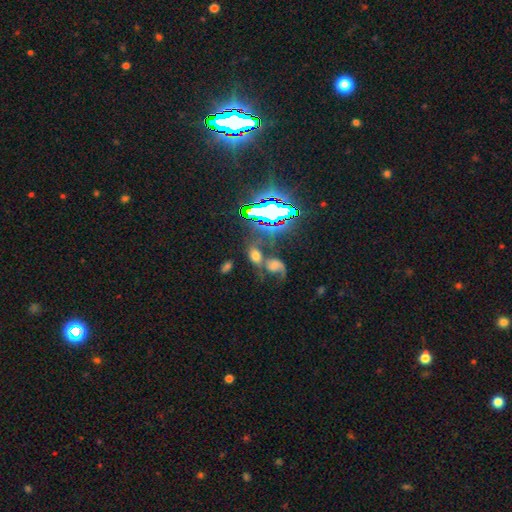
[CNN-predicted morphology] smooth-or-featured: smooth: 45% | star or artifact: 31% | featured or disk: 24%
  merging: merger: 39% | none: 34% | major disturbance: 15% | minor disturbance: 12%